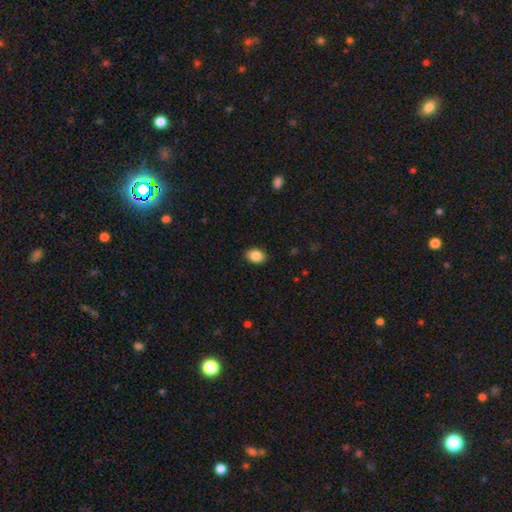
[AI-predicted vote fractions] Q: Smooth or featured?
A: smooth (86%); runner-up: star or artifact (8%)
Q: How rounded?
A: in between (72%); runner-up: round (26%)
Q: Merging?
A: none (88%); runner-up: minor disturbance (9%)